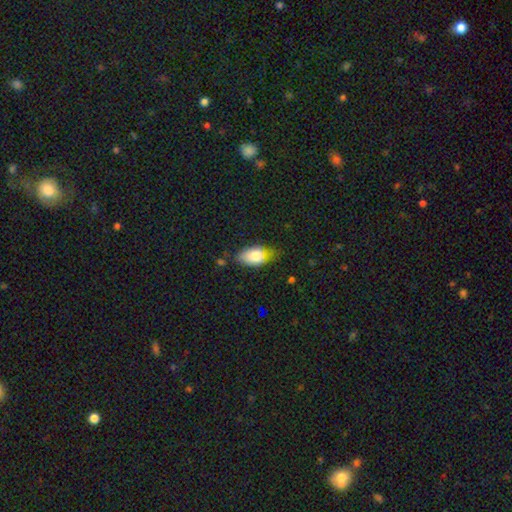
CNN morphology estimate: Smooth or featured? smooth (78%)
How rounded? in between (89%)
Merging? none (60%)